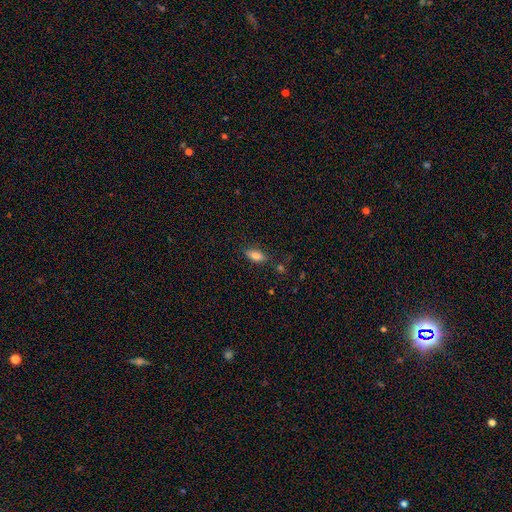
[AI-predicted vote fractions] This is likely a smooth galaxy (77%). How rounded: likely in between (78%). Merging: clearly none (81%).